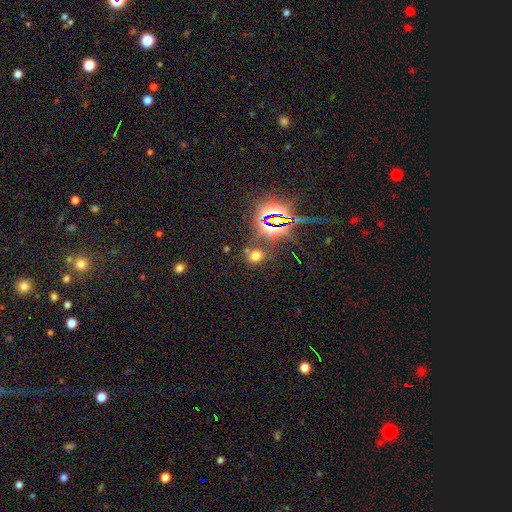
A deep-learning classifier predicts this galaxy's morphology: Q: Smooth or featured?
A: smooth (53%); runner-up: star or artifact (39%)
Q: How rounded?
A: round (69%); runner-up: in between (29%)
Q: Merging?
A: none (73%); runner-up: minor disturbance (11%)